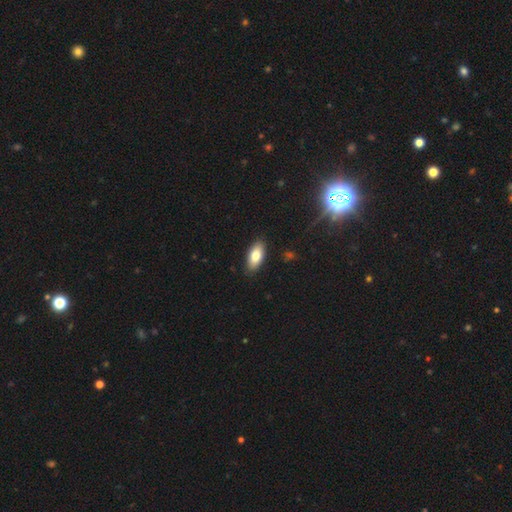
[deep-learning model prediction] Smooth or featured? Predicted: smooth (p=0.79). How rounded? Predicted: in between (p=0.89). Merging? Predicted: none (p=0.88).